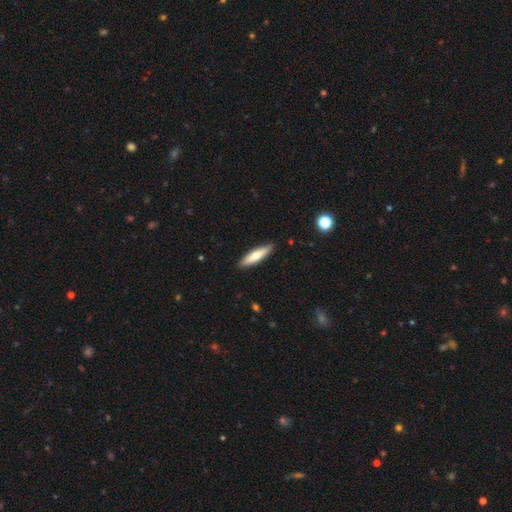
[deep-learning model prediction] Smooth or featured? Predicted: smooth (p=0.67). How rounded? Predicted: cigar-shaped (p=0.76). Merging? Predicted: none (p=0.89).